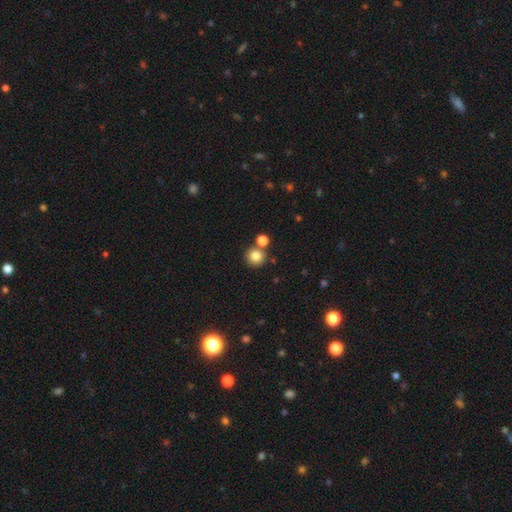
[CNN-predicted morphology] This is clearly a smooth galaxy (81%). How rounded: clearly round (92%). Merging: likely none (71%).